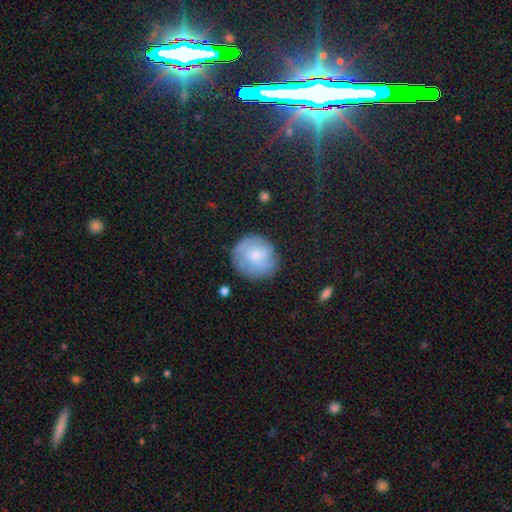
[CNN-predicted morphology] The model was most divided on "smooth or featured": smooth: 50%, featured or disk: 42%, star or artifact: 8%. More confident: how rounded — round (87%); merging — none (77%).